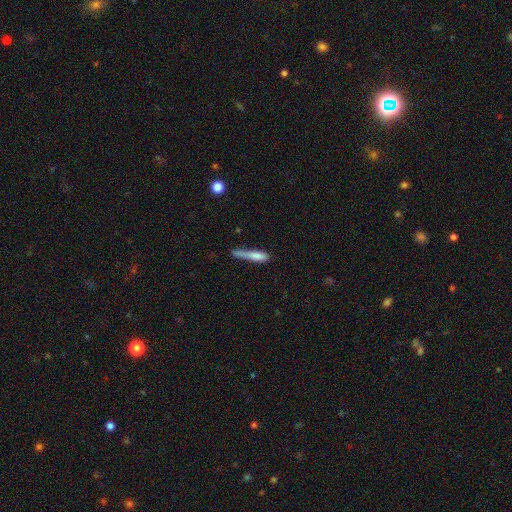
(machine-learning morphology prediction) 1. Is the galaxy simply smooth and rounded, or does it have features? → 68% smooth, 23% featured or disk, 8% star or artifact.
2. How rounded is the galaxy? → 87% cigar-shaped, 11% in between, 2% round.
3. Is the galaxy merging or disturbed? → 42% none, 30% minor disturbance, 17% major disturbance, 11% merger.